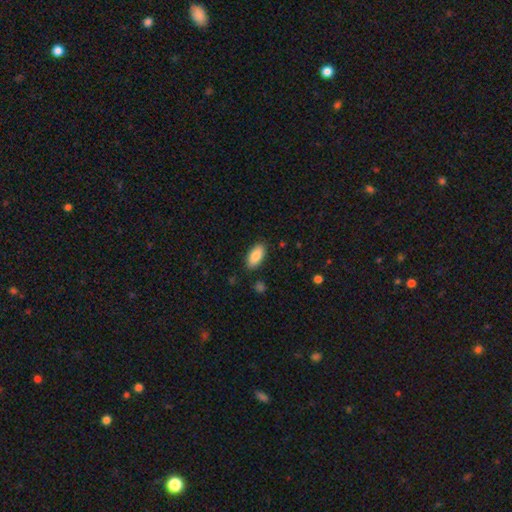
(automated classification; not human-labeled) This is clearly a smooth galaxy (86%). How rounded: clearly in between (90%). Merging: clearly none (86%).